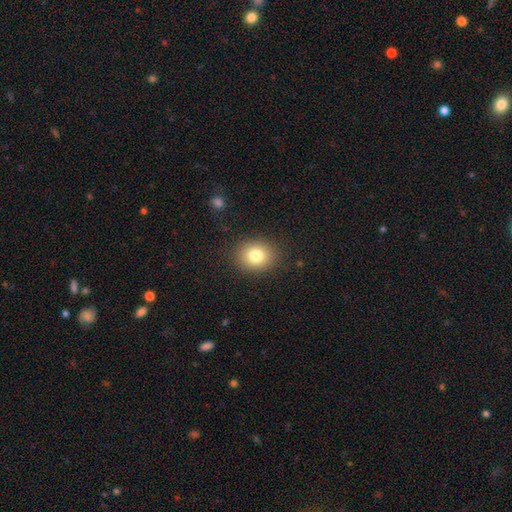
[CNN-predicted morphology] Smooth or featured? Predicted: smooth (p=0.80). How rounded? Predicted: round (p=0.62). Merging? Predicted: none (p=0.88).